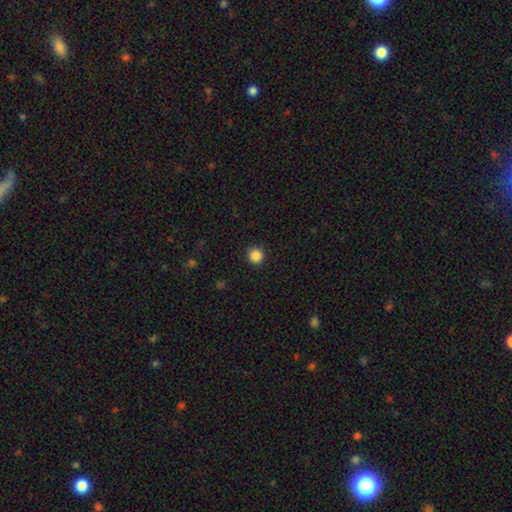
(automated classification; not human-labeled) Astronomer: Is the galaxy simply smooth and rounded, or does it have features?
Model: smooth — 86%.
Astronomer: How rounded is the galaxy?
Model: round — 94%.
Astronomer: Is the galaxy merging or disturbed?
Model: none — 92%.